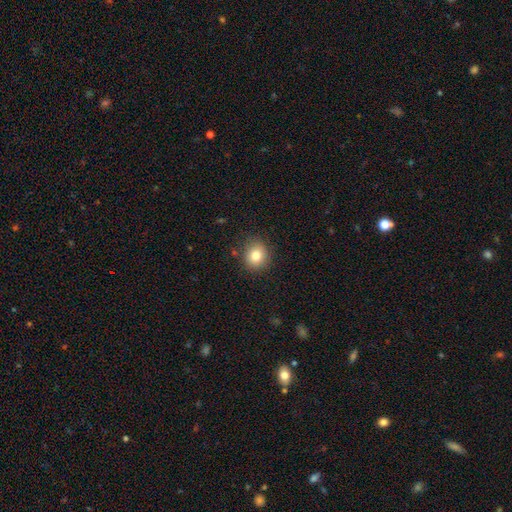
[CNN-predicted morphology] A smooth galaxy with no disk features (80%) that is round (76%).

Vote fractions:
- Smooth or featured? smooth: 80% / star or artifact: 11% / featured or disk: 9%
- How rounded? round: 76% / in between: 23% / cigar-shaped: 1%
- Merging? none: 84% / minor disturbance: 11% / major disturbance: 3% / merger: 2%